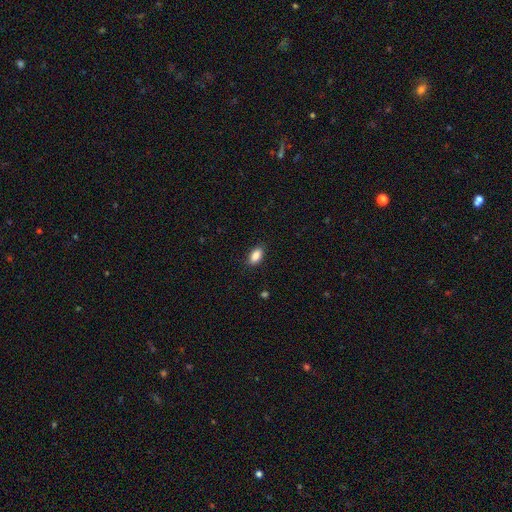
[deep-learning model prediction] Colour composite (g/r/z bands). It shows a smooth galaxy with no disk features (88%) that is in between round and cigar-shaped (90%). Merging: none (87%).